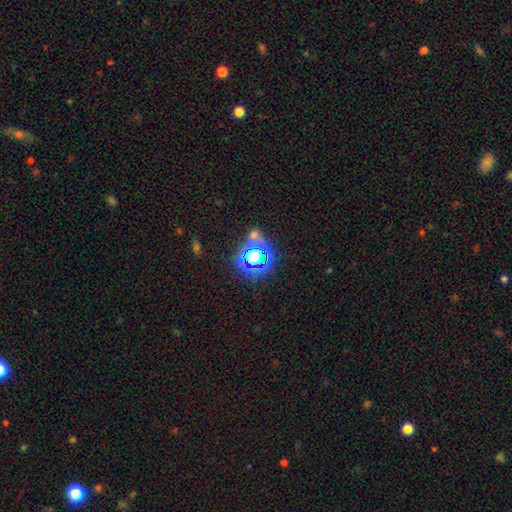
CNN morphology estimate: Smooth or featured: star or artifact — 74% (smooth — 18%)